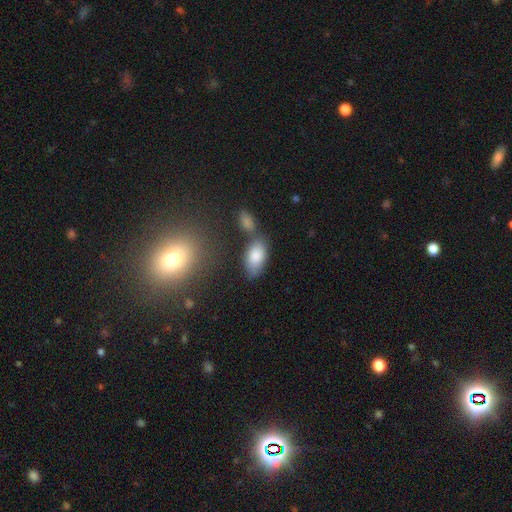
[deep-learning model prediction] The model was most divided on "merging": none: 57%, merger: 20%, minor disturbance: 17%, major disturbance: 6%. More confident: how rounded — in between (93%); smooth or featured — smooth (84%).